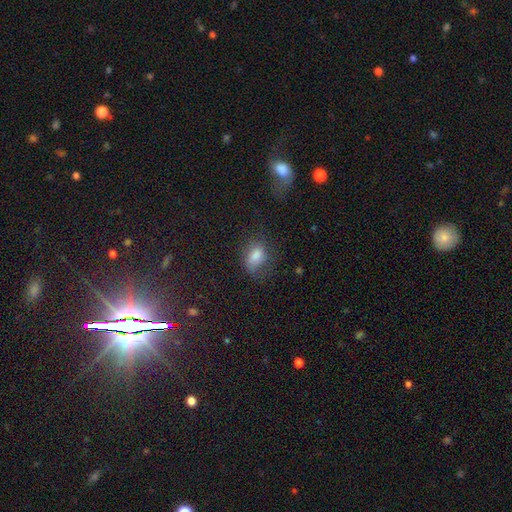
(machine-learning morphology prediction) smooth 73%, star or artifact 14%, featured or disk 13%. Down the decision tree: how rounded — in between (75%); merging — none (53%).